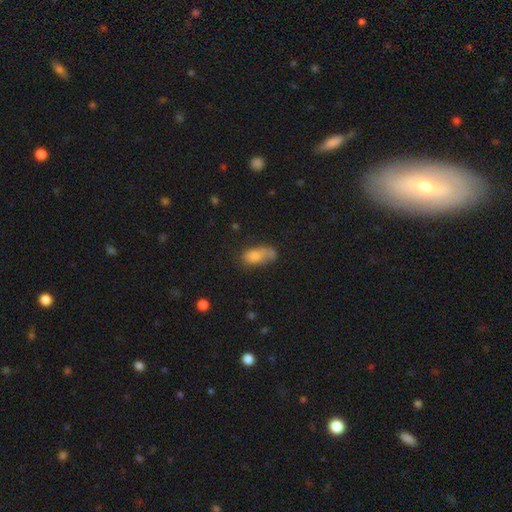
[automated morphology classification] Smooth or featured?
  - smooth: 75% *
  - featured or disk: 15%
  - star or artifact: 10%
How rounded?
  - in between: 85% *
  - cigar-shaped: 10%
  - round: 5%
Merging?
  - none: 34% *
  - minor disturbance: 26%
  - major disturbance: 22%
  - merger: 17%